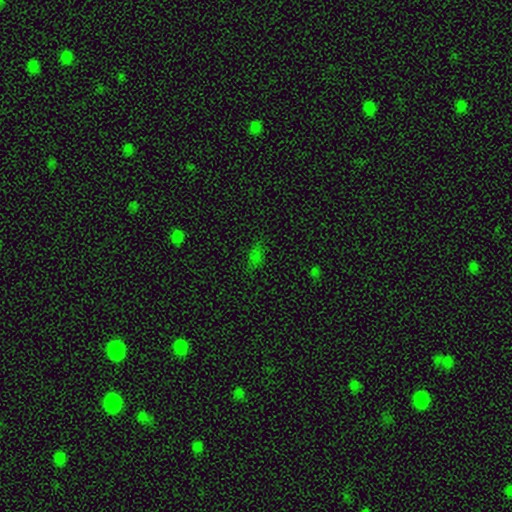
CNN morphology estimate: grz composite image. It shows a smooth galaxy with no disk features (58%) that is in between round and cigar-shaped (81%). Merging: none (72%).